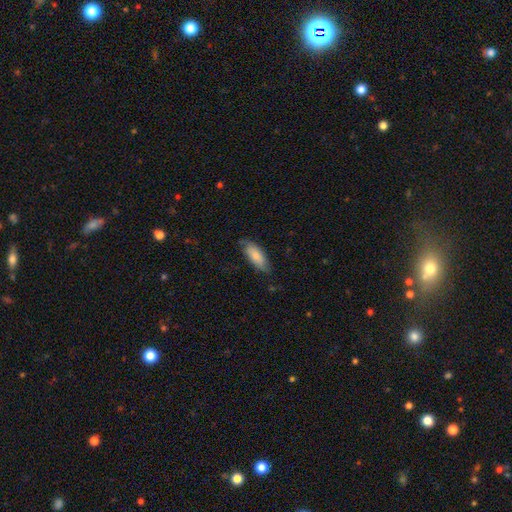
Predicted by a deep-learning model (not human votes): A smooth galaxy with no disk features (81%) that is in between round and cigar-shaped (71%). Merging: none (71%).